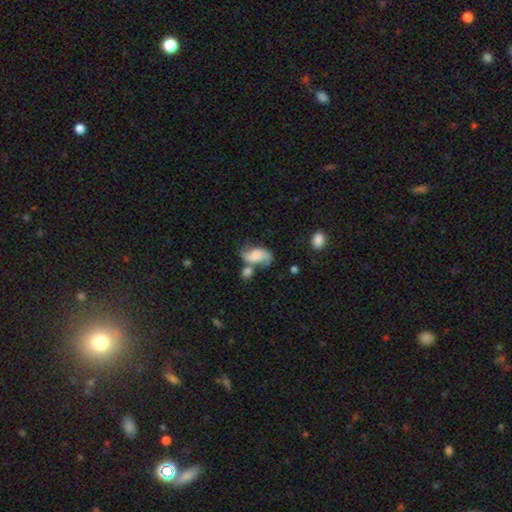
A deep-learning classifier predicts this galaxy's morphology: Smooth or featured: featured or disk — 62% (smooth — 30%)
Edge-on disk: no — 96% (yes — 4%)
Bar: no — 61% (weak — 30%)
Spiral arms: yes — 89% (no — 11%)
Spiral winding: loose — 61% (medium — 30%)
Spiral arm count: 2 — 88% (can't tell — 5%)
Bulge size: none — 30% (small — 26%)
Merging: none — 39% (merger — 29%)